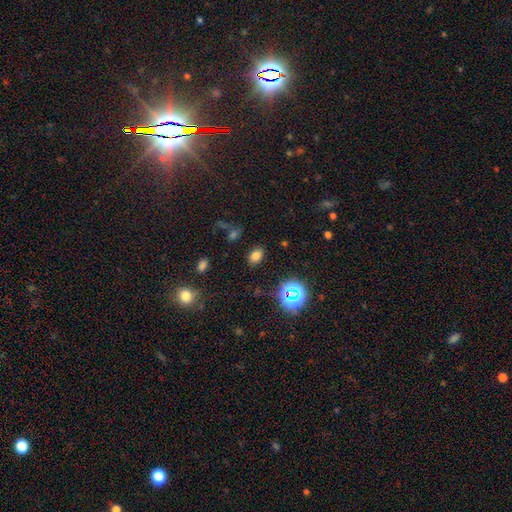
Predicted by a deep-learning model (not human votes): This is likely a smooth galaxy (73%). How rounded: clearly in between (81%). Merging: clearly none (84%).